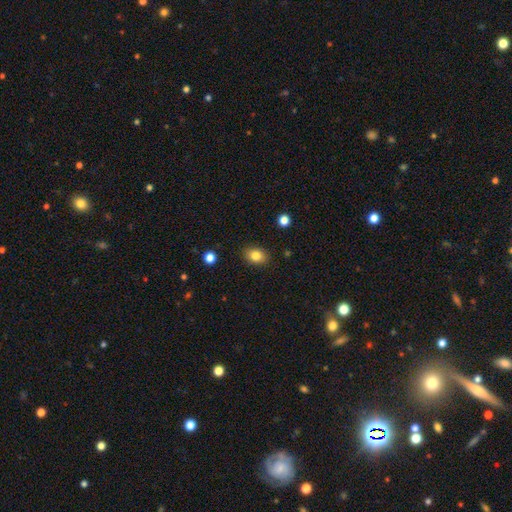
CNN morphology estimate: Overall: smooth (83%). How rounded: in between (66%; round 33%). Merging: none (87%).